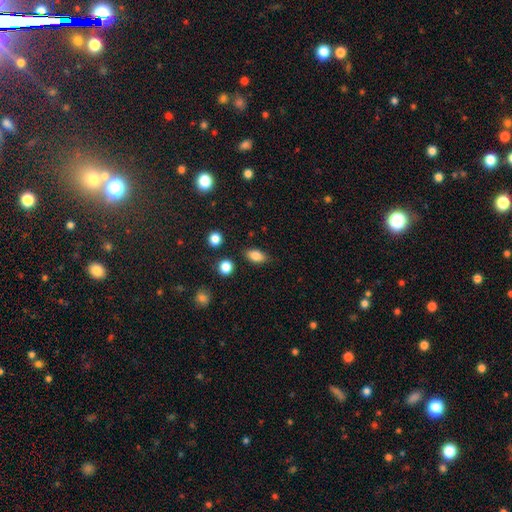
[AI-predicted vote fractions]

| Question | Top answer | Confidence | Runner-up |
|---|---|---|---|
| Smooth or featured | smooth | 83% | star or artifact (9%) |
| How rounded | in between | 84% | round (11%) |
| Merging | none | 81% | minor disturbance (13%) |